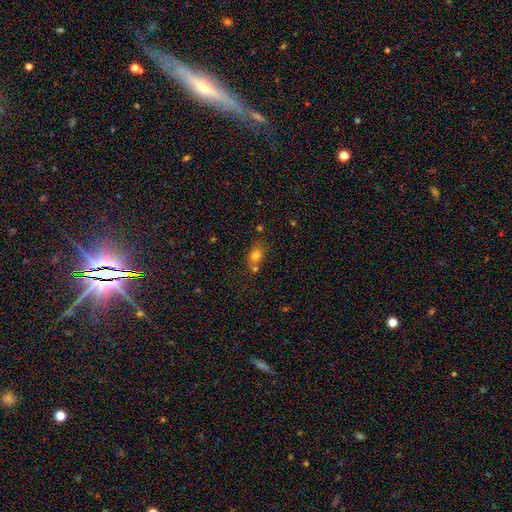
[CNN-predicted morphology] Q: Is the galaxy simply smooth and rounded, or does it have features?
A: smooth — 78%.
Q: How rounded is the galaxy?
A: in between — 59%.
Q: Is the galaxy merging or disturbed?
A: none — 57%.